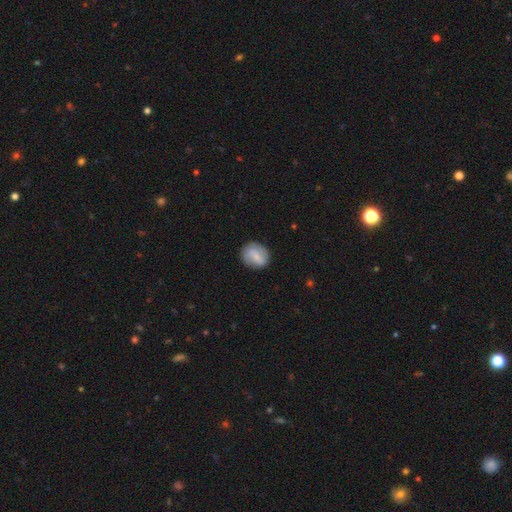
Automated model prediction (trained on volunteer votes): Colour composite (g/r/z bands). It shows a smooth galaxy with no disk features (58%) that is round (72%). Merging: none (83%).